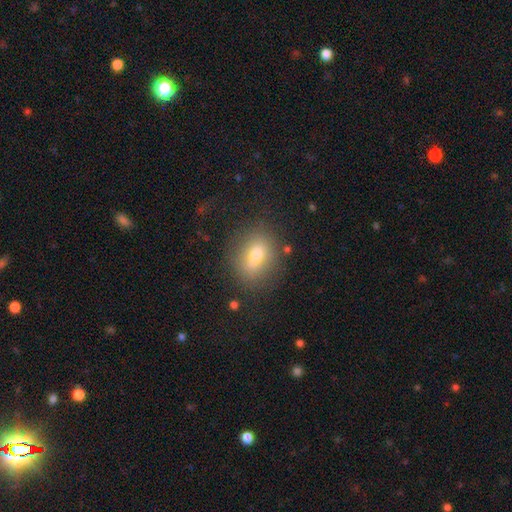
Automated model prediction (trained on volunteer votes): This is likely a smooth galaxy (71%). How rounded: likely in between (65%). Merging: clearly none (80%).